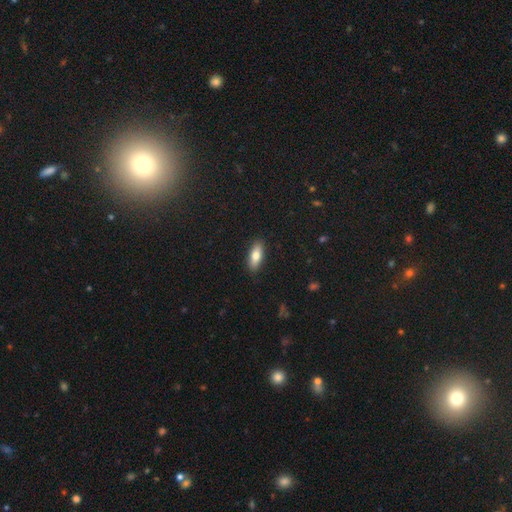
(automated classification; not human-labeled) Smooth or featured?
  - smooth: 76% *
  - featured or disk: 17%
  - star or artifact: 7%
How rounded?
  - in between: 72% *
  - cigar-shaped: 25%
  - round: 2%
Merging?
  - none: 89% *
  - minor disturbance: 8%
  - major disturbance: 2%
  - merger: 1%